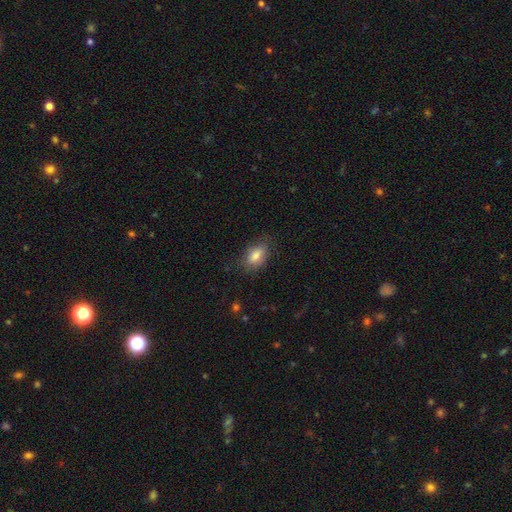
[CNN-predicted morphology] Smooth or featured? Predicted: smooth (p=0.80). How rounded? Predicted: in between (p=0.86). Merging? Predicted: none (p=0.73).